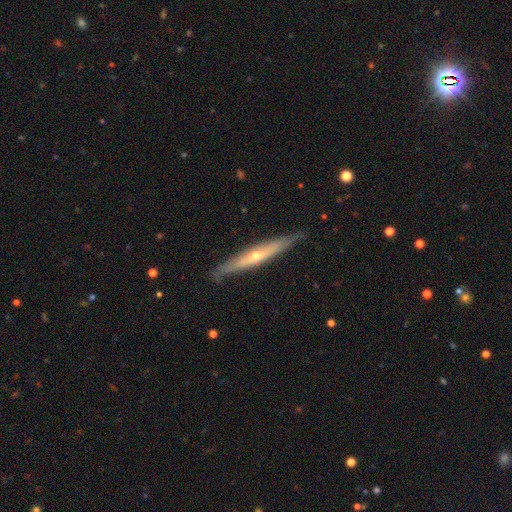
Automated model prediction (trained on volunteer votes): Smooth or featured? Predicted: featured or disk (p=0.70). Edge-on disk? Predicted: yes (p=0.90). Edge-on bulge? Predicted: rounded (p=0.75). Merging? Predicted: none (p=0.84).